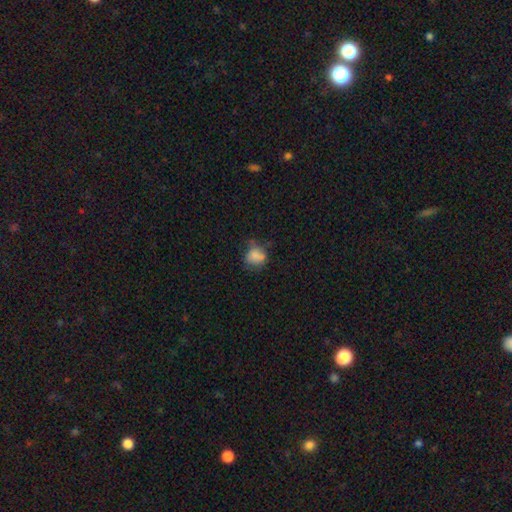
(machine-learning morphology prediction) Smooth or featured: smooth — 75% (featured or disk — 14%)
How rounded: round — 62% (in between — 37%)
Merging: none — 46% (minor disturbance — 32%)